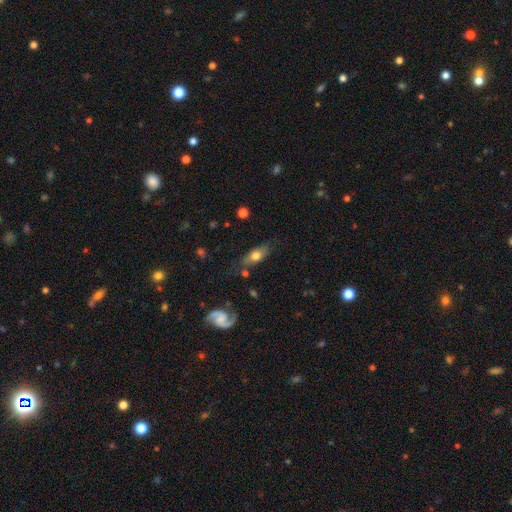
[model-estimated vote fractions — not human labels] This is likely a smooth galaxy (62%). How rounded: likely in between (74%). Merging: likely none (68%).